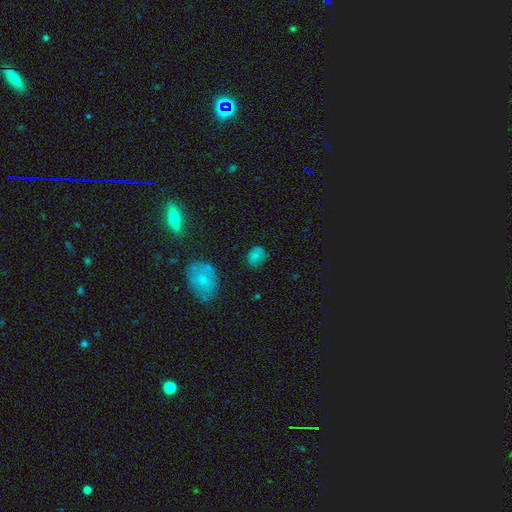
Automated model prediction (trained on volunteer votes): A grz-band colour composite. It shows a smooth galaxy with no disk features (77%) that is round (59%). Merging: none (75%).